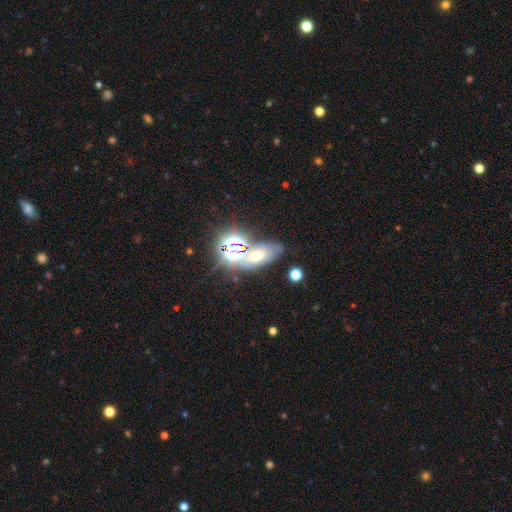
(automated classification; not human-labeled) Q: Smooth or featured?
A: smooth (42%); runner-up: star or artifact (38%)
Q: Merging?
A: none (57%); runner-up: merger (20%)